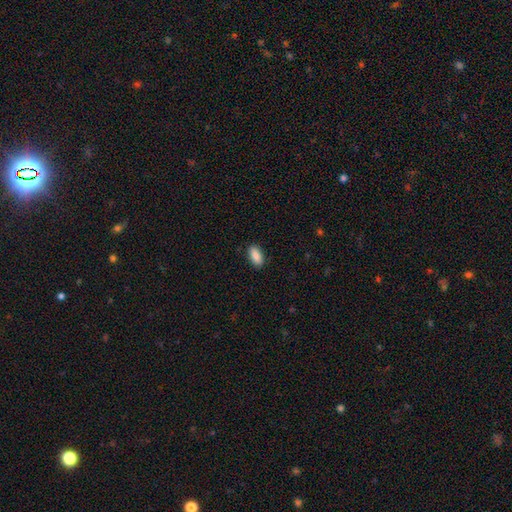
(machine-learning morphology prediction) A smooth galaxy with no disk features (90%) that is in between round and cigar-shaped (90%).

Vote fractions:
- Smooth or featured? smooth: 90% / star or artifact: 7% / featured or disk: 4%
- How rounded? in between: 90% / cigar-shaped: 8% / round: 2%
- Merging? none: 89% / minor disturbance: 8% / major disturbance: 2% / merger: 1%